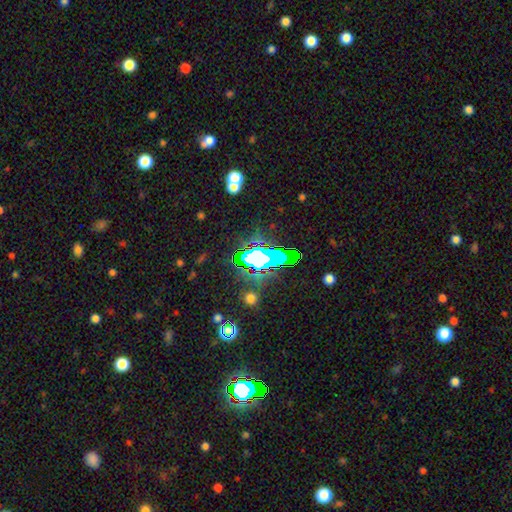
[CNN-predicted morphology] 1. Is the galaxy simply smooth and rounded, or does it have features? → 60% star or artifact, 25% smooth, 15% featured or disk.